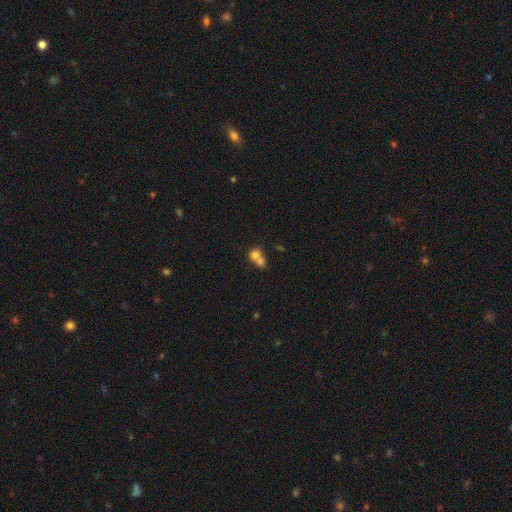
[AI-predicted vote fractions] smooth_or_featured: smooth (p=0.72) [alt: featured or disk p=0.16]
how_rounded: round (p=0.76) [alt: in between p=0.23]
merging: merger (p=0.65) [alt: none p=0.27]